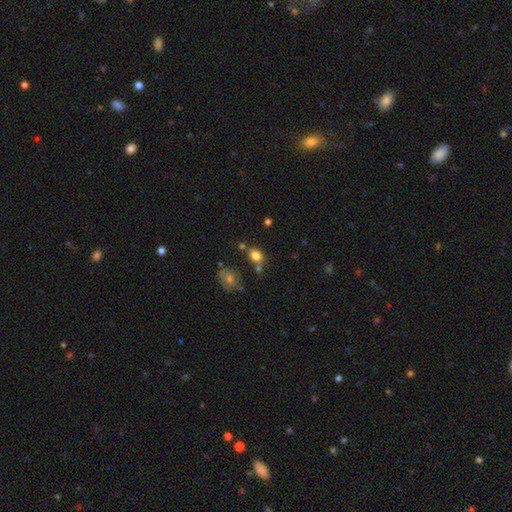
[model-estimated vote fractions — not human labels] Morphology: type=smooth (79%); roundness=round (51%); merging=none (60%).